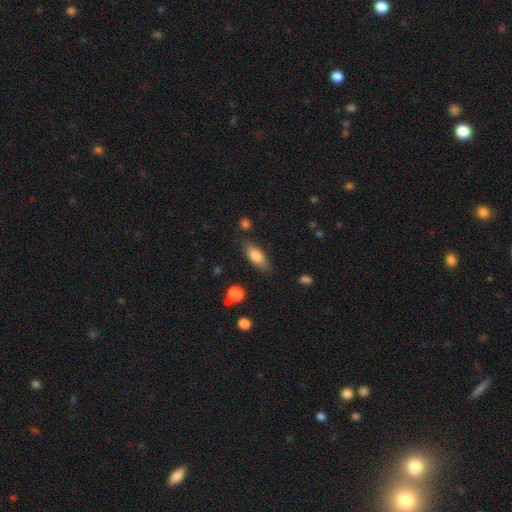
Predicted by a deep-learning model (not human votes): smooth-or-featured: smooth: 78% | featured or disk: 16% | star or artifact: 7%
  how-rounded: in between: 73% | cigar-shaped: 25% | round: 3%
  merging: none: 79% | minor disturbance: 15% | major disturbance: 3% | merger: 3%